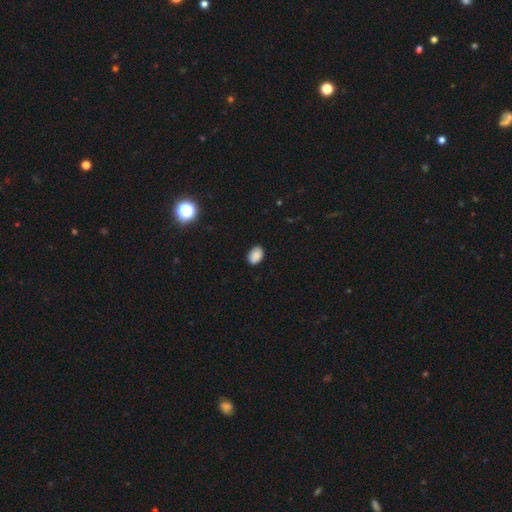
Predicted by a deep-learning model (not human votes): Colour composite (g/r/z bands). It shows a smooth galaxy with no disk features (88%) that is in between round and cigar-shaped (85%). Merging: none (85%).